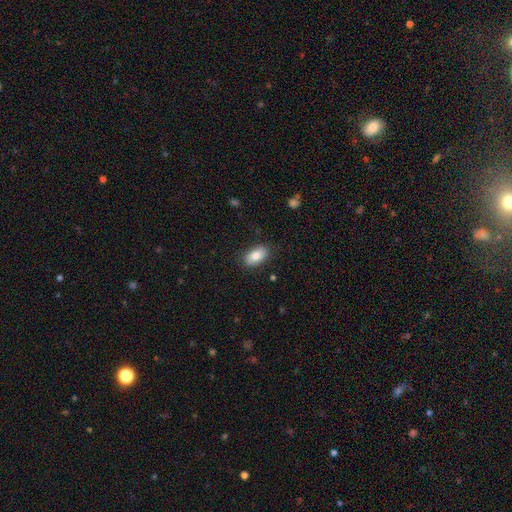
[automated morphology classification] Q: Smooth or featured?
A: smooth (82%); runner-up: featured or disk (11%)
Q: How rounded?
A: in between (92%); runner-up: round (5%)
Q: Merging?
A: none (85%); runner-up: minor disturbance (11%)